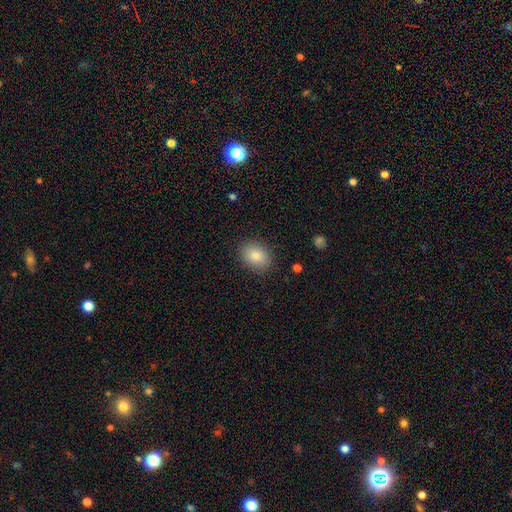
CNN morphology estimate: A smooth galaxy with no disk features (85%) that is in between round and cigar-shaped (68%). Merging: none (86%).